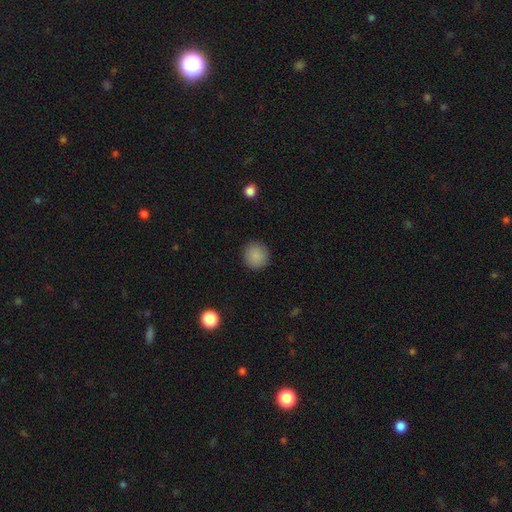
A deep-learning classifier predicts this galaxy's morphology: A smooth galaxy with no disk features (88%) that is round (93%).

Vote fractions:
- Smooth or featured? smooth: 88% / star or artifact: 9% / featured or disk: 3%
- How rounded? round: 93% / in between: 6% / cigar-shaped: 1%
- Merging? none: 91% / minor disturbance: 6% / major disturbance: 2% / merger: 1%